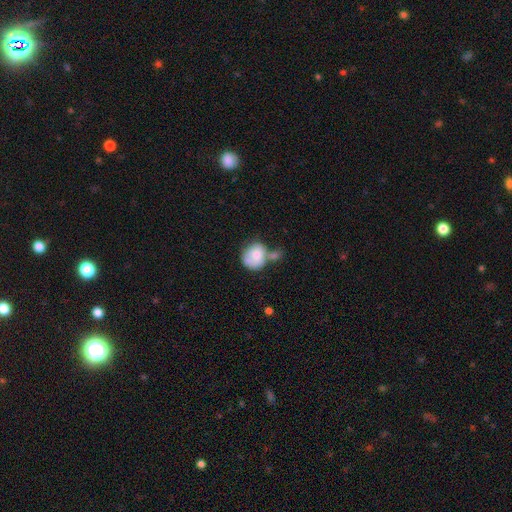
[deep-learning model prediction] smooth_or_featured: smooth (p=0.69) [alt: featured or disk p=0.24]
how_rounded: round (p=0.65) [alt: in between p=0.34]
merging: merger (p=0.39) [alt: none p=0.30]